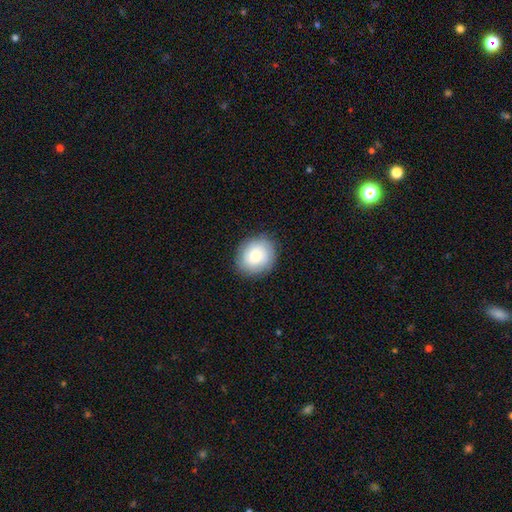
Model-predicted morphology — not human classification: type=smooth (72%); roundness=round (70%); merging=none (85%).